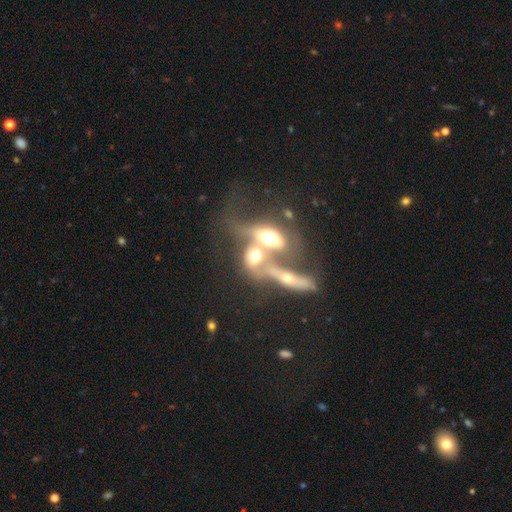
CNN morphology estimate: smooth_or_featured: smooth (p=0.44) [alt: featured or disk p=0.43]
merging: merger (p=0.72) [alt: none p=0.12]